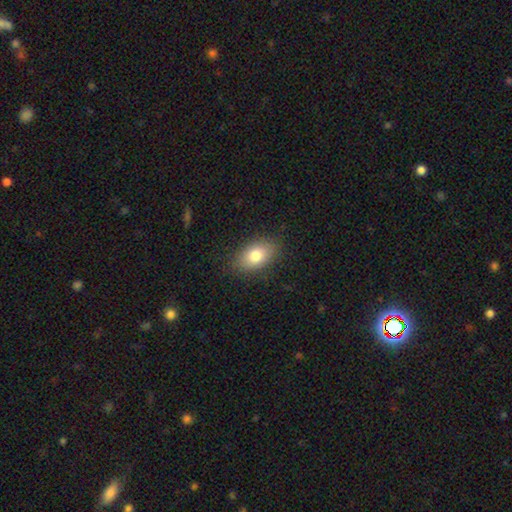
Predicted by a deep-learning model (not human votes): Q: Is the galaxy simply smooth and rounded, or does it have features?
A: smooth — 80%.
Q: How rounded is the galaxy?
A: in between — 89%.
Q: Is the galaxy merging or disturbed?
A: none — 85%.